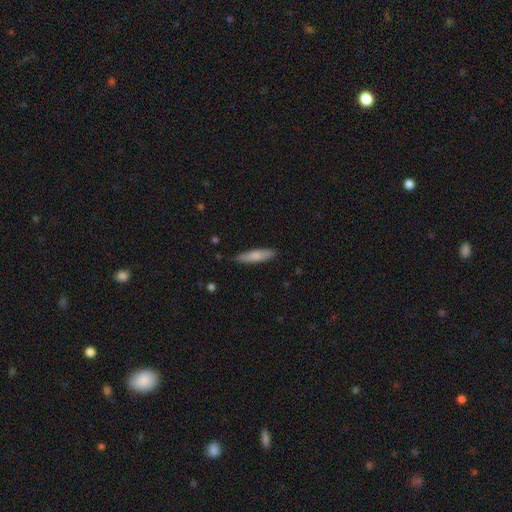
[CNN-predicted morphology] Smooth or featured: smooth — 78% (featured or disk — 17%)
How rounded: cigar-shaped — 77% (in between — 21%)
Merging: none — 88% (minor disturbance — 9%)